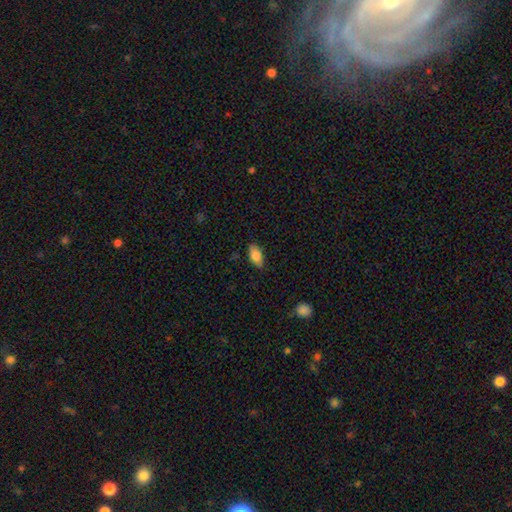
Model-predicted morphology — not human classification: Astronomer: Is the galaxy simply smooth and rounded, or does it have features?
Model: smooth — 79%.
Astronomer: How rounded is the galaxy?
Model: in between — 88%.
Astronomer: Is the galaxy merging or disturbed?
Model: none — 81%.